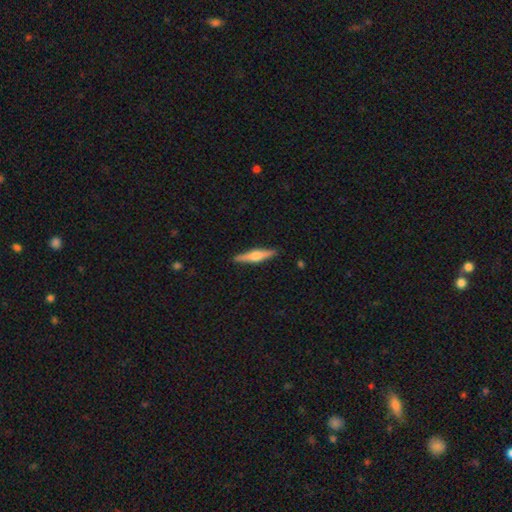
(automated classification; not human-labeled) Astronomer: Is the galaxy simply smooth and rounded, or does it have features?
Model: featured or disk — 58% (runner-up: smooth, 37%).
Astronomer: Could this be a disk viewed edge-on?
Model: yes — 97%.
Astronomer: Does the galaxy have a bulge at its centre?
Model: rounded — 89%.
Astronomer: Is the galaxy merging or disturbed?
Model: none — 91%.